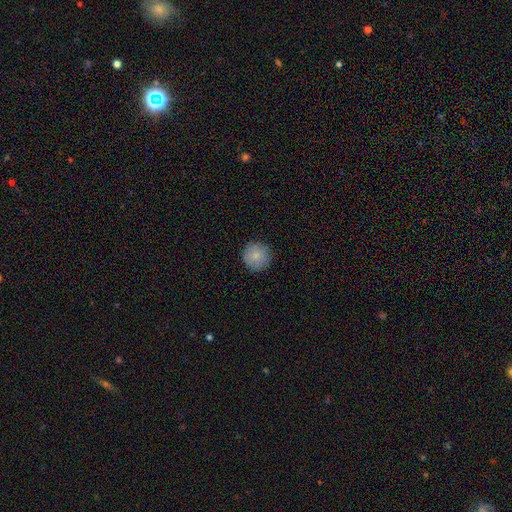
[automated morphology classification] This is clearly a smooth galaxy (85%). How rounded: clearly round (95%). Merging: clearly none (90%).